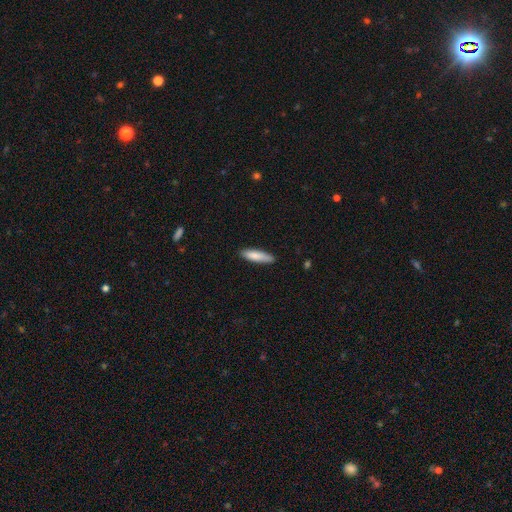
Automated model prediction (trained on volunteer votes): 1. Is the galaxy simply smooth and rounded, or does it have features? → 83% smooth, 11% featured or disk, 6% star or artifact.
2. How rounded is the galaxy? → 70% cigar-shaped, 28% in between, 1% round.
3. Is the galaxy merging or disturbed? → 84% none, 13% minor disturbance, 2% major disturbance, 1% merger.